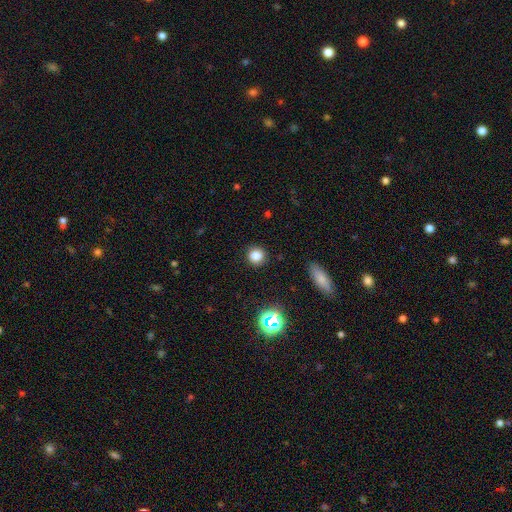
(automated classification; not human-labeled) A smooth galaxy with no disk features (80%) that is round (89%). Merging: none (90%).